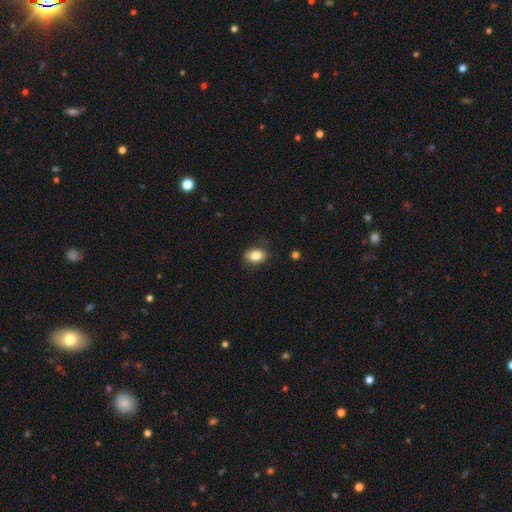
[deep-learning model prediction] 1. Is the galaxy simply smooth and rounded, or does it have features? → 84% smooth, 8% featured or disk, 8% star or artifact.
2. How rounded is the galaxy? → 77% in between, 22% round, 1% cigar-shaped.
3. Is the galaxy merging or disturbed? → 83% none, 13% minor disturbance, 3% major disturbance, 1% merger.